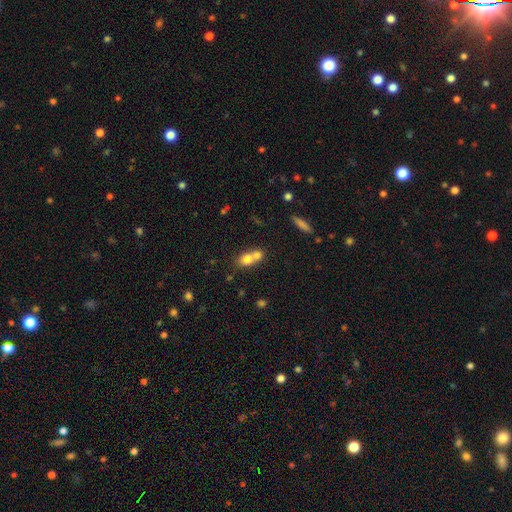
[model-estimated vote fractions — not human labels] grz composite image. It shows a smooth galaxy with no disk features (73%) that is round (51%). Merging: merger (66%).